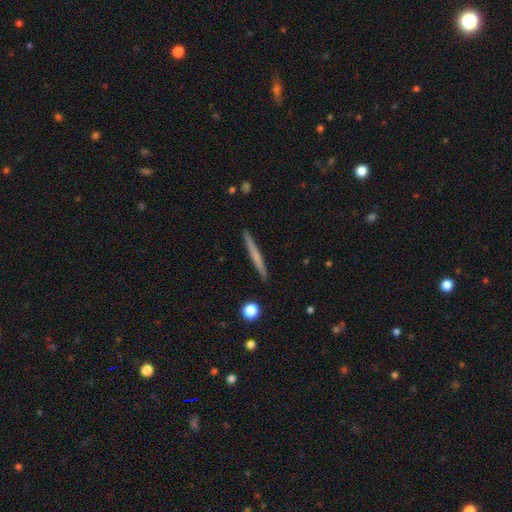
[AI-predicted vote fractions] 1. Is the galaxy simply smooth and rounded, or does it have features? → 56% smooth, 39% featured or disk, 6% star or artifact.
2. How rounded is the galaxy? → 96% cigar-shaped, 2% in between, 2% round.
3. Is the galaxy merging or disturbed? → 92% none, 5% minor disturbance, 1% major disturbance, 1% merger.